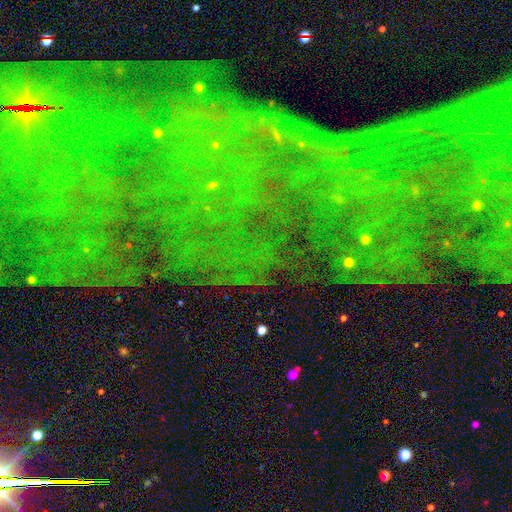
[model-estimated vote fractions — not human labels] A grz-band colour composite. It shows a star or artifact, not a galaxy (79%).